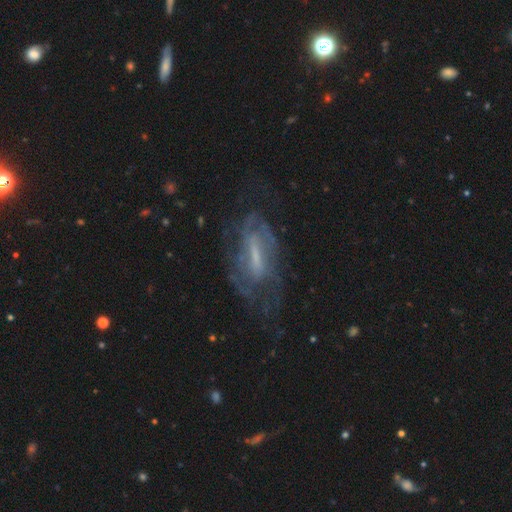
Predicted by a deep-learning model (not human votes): The model was most divided on "bar": strong: 41%, weak: 40%, no: 18%. Remaining: edge-on disk — no (87%); spiral arms — yes (81%); smooth or featured — featured or disk (76%); merging — none (60%); spiral winding — tight (46%); spiral arm count — can't tell (46%); bulge size — small (38%).